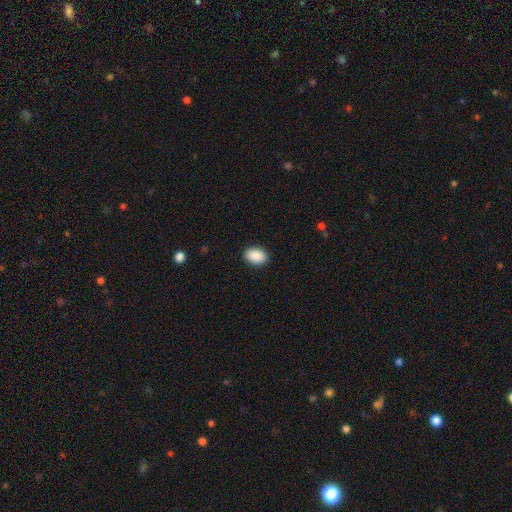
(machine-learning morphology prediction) type=smooth (91%); roundness=in between (86%); merging=none (90%).